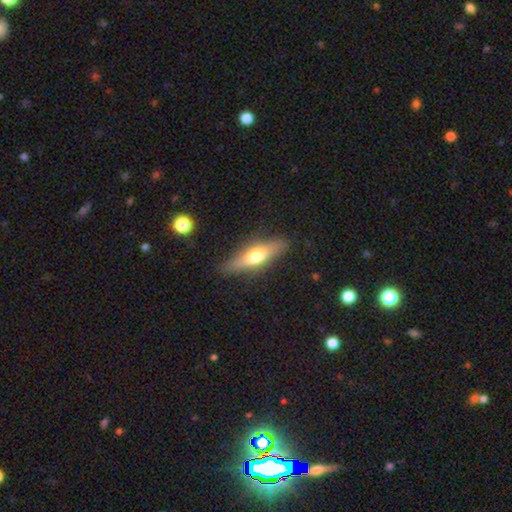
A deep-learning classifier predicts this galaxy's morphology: Q: Smooth or featured?
A: smooth (52%); runner-up: featured or disk (41%)
Q: How rounded?
A: cigar-shaped (58%); runner-up: in between (39%)
Q: Merging?
A: none (83%); runner-up: minor disturbance (12%)